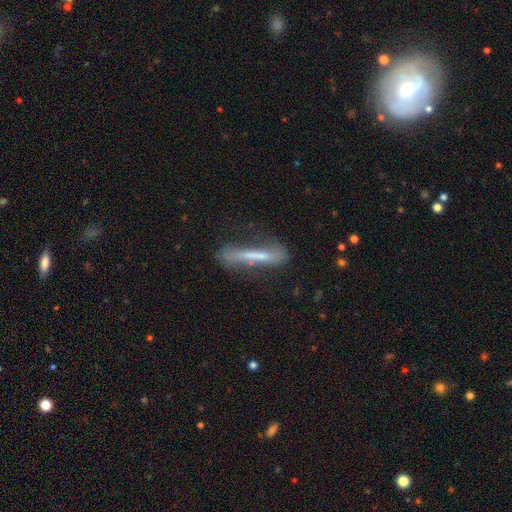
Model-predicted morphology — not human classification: smooth-or-featured: featured or disk: 49% | smooth: 43% | star or artifact: 8%
  merging: none: 57% | minor disturbance: 24% | major disturbance: 14% | merger: 4%